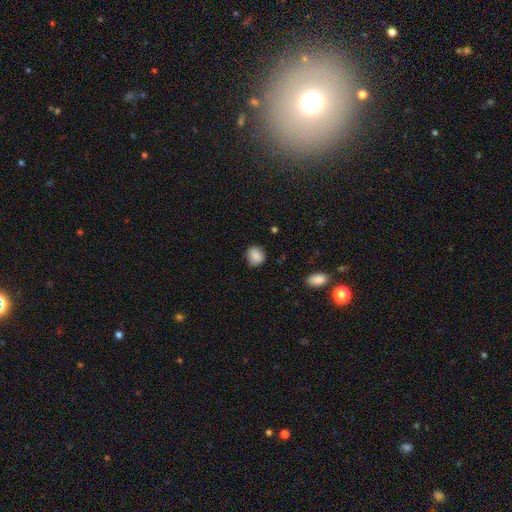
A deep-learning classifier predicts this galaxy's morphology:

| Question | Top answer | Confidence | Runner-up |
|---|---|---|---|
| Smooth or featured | smooth | 85% | star or artifact (8%) |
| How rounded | round | 57% | in between (42%) |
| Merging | none | 77% | minor disturbance (18%) |